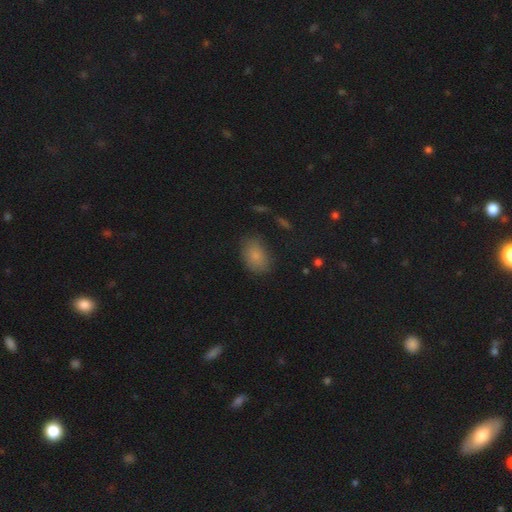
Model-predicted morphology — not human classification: This is clearly a smooth galaxy (82%). How rounded: clearly in between (80%). Merging: likely none (75%).